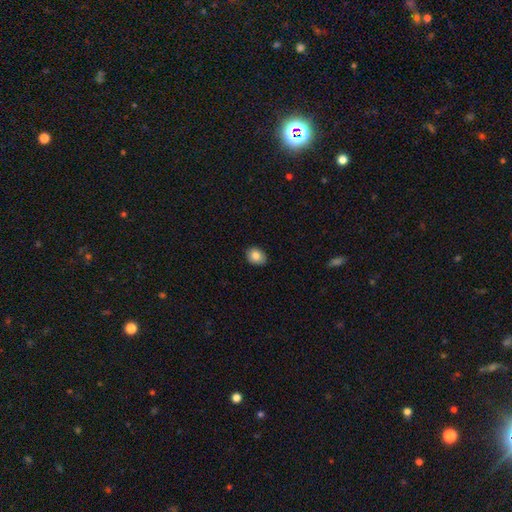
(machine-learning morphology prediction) This appears to be a smooth galaxy with no disk features (84%) that is in between round and cigar-shaped (58%). Merging: none (87%).